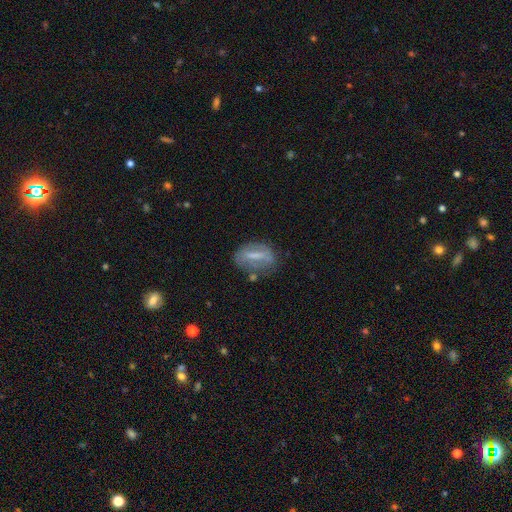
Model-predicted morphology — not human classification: Smooth or featured? Predicted: featured or disk (p=0.50). Merging? Predicted: none (p=0.60).